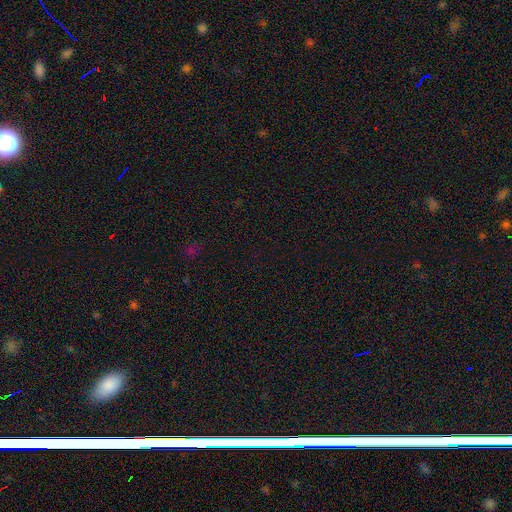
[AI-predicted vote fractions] Morphology: type=star or artifact (72%).